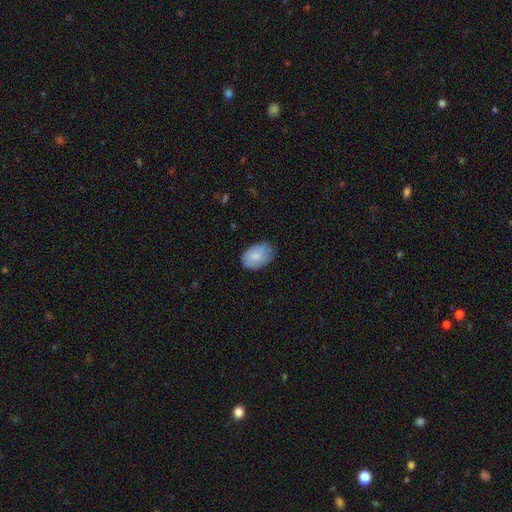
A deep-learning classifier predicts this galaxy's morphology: smooth-or-featured: smooth: 81% | featured or disk: 13% | star or artifact: 6%
  how-rounded: in between: 87% | round: 12% | cigar-shaped: 1%
  merging: none: 72% | minor disturbance: 22% | major disturbance: 4% | merger: 1%